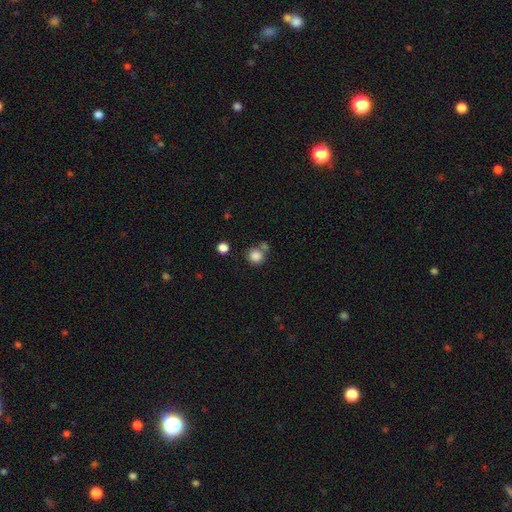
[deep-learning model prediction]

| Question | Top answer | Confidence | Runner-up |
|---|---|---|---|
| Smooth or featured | smooth | 84% | star or artifact (11%) |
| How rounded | round | 90% | in between (9%) |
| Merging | none | 63% | merger (21%) |